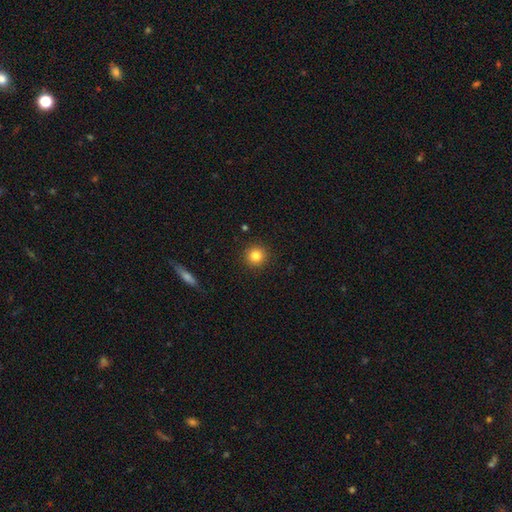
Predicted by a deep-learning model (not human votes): Smooth or featured?
  - smooth: 83% *
  - star or artifact: 11%
  - featured or disk: 6%
How rounded?
  - round: 94% *
  - in between: 5%
  - cigar-shaped: 1%
Merging?
  - none: 92% *
  - minor disturbance: 5%
  - major disturbance: 2%
  - merger: 1%